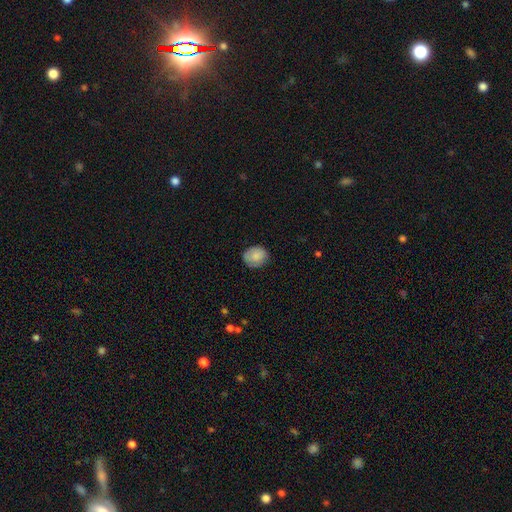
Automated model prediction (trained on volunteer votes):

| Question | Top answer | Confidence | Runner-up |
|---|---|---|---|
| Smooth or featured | smooth | 81% | featured or disk (12%) |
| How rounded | round | 56% | in between (43%) |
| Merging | none | 76% | minor disturbance (19%) |